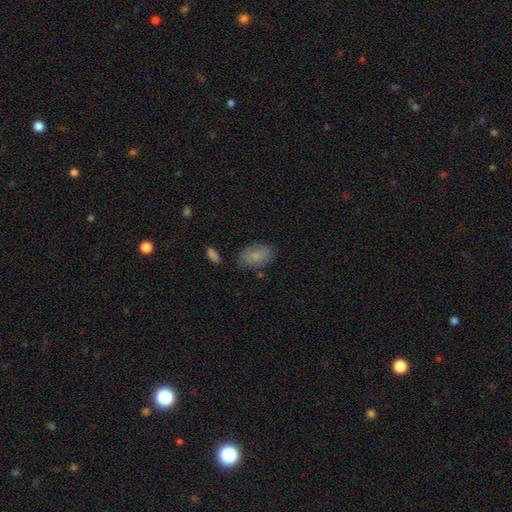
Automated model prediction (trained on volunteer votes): Overall: smooth (77%). How rounded: in between (91%). Merging: none (78%).